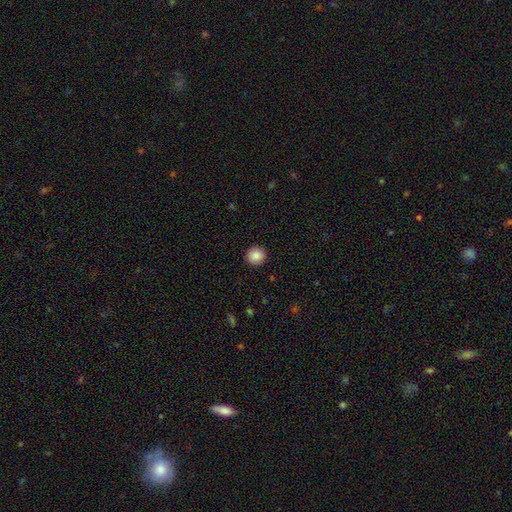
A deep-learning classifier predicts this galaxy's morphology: This appears to be a smooth galaxy with no disk features (88%) that is round (91%). Merging: none (92%).